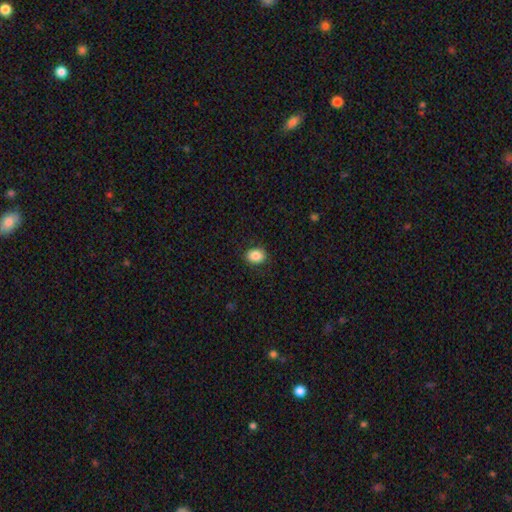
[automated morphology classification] type=smooth (86%); roundness=in between (59%); merging=none (88%).